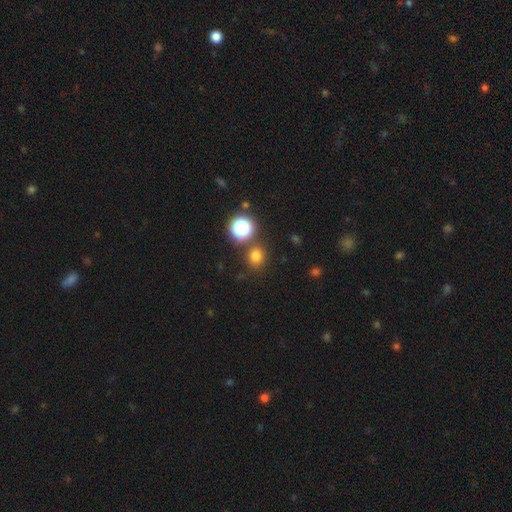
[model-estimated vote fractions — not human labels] smooth-or-featured: smooth: 74% | star or artifact: 20% | featured or disk: 6%
  how-rounded: round: 82% | in between: 17% | cigar-shaped: 1%
  merging: none: 81% | minor disturbance: 8% | merger: 7% | major disturbance: 3%